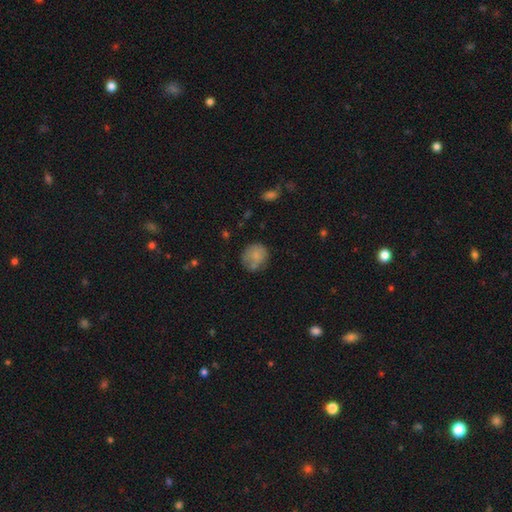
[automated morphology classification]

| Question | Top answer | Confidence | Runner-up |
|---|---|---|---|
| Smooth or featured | smooth | 78% | featured or disk (13%) |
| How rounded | round | 80% | in between (19%) |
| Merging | none | 58% | minor disturbance (25%) |